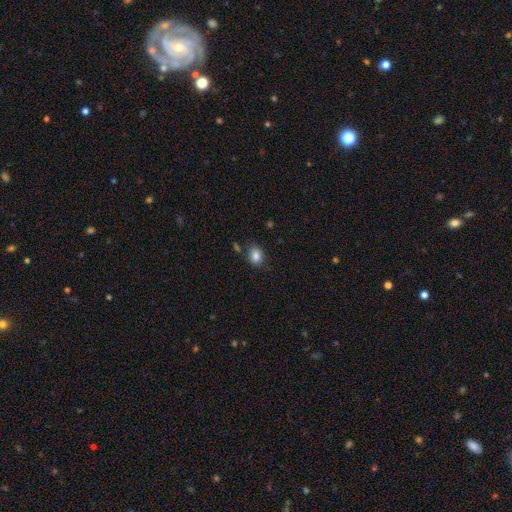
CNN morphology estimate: smooth-or-featured: smooth: 84% | star or artifact: 10% | featured or disk: 5%
  how-rounded: in between: 50% | round: 49% | cigar-shaped: 1%
  merging: none: 79% | minor disturbance: 13% | merger: 5% | major disturbance: 3%